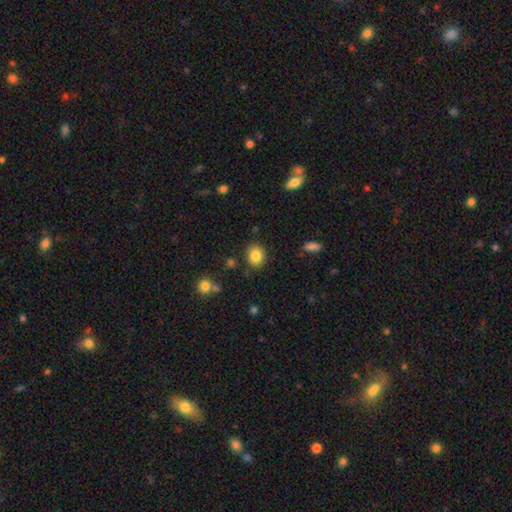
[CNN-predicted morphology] smooth-or-featured: smooth: 85% | star or artifact: 9% | featured or disk: 6%
  how-rounded: round: 55% | in between: 44% | cigar-shaped: 1%
  merging: none: 85% | minor disturbance: 10% | major disturbance: 3% | merger: 2%